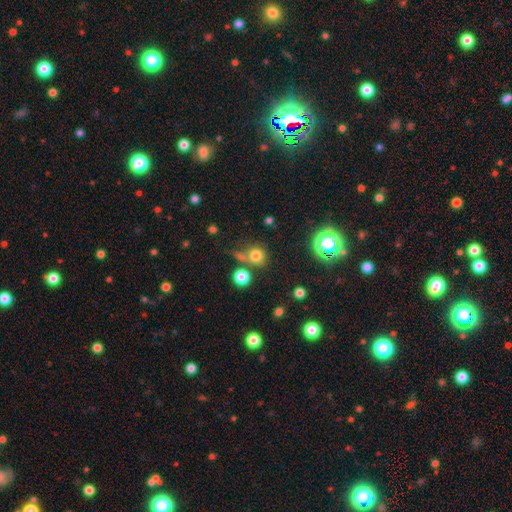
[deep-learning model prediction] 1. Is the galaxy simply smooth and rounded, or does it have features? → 73% smooth, 18% star or artifact, 9% featured or disk.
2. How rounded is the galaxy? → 87% round, 12% in between, 1% cigar-shaped.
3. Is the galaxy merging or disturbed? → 63% none, 19% merger, 11% minor disturbance, 6% major disturbance.